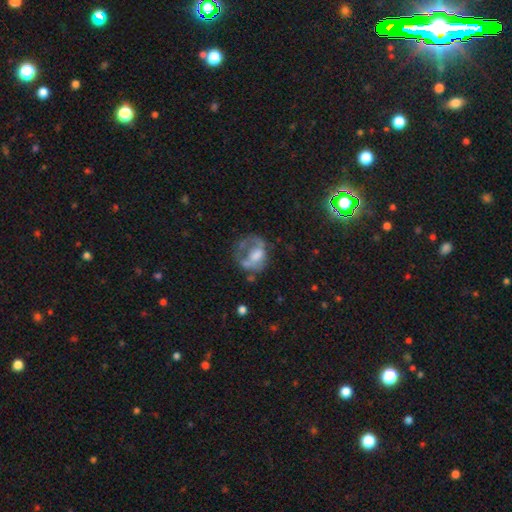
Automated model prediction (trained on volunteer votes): This is possibly a featured or disk galaxy (49%). Merging: marginally major disturbance (38%).